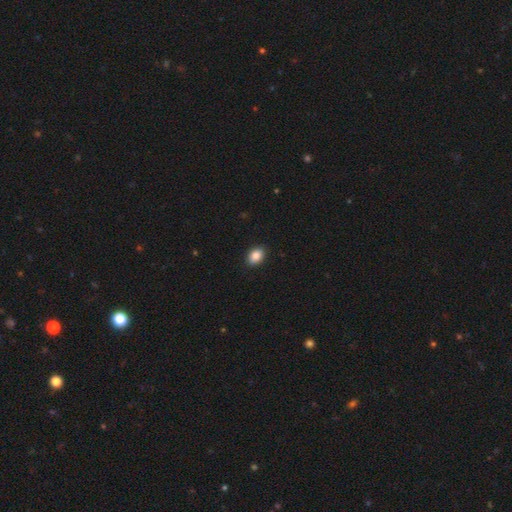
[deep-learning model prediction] Smooth or featured? smooth (87%)
How rounded? in between (74%)
Merging? none (90%)